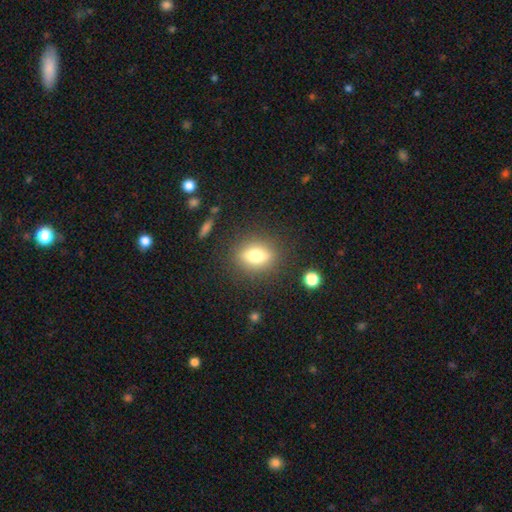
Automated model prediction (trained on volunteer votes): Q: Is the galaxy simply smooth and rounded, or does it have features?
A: smooth — 68%.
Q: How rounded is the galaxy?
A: in between — 61%.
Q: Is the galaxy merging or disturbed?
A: none — 84%.